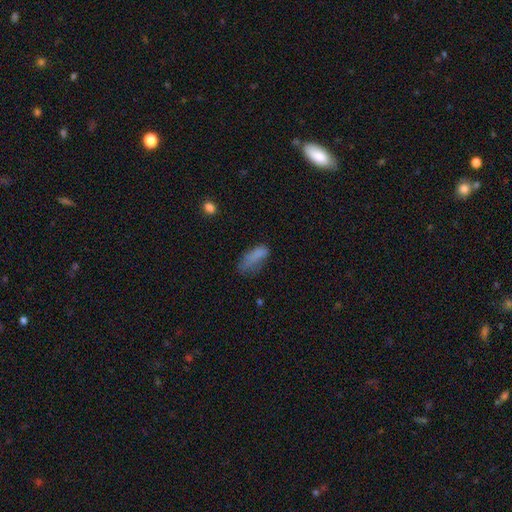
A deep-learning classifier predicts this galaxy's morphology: The model was most divided on "merging": none: 37%, minor disturbance: 32%, major disturbance: 27%, merger: 4%. More confident: smooth or featured — smooth (75%); how rounded — in between (71%).